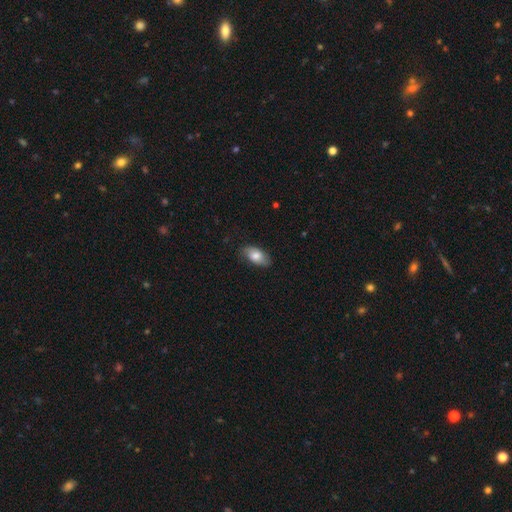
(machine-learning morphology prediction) Smooth or featured? smooth (79%)
How rounded? in between (93%)
Merging? none (81%)